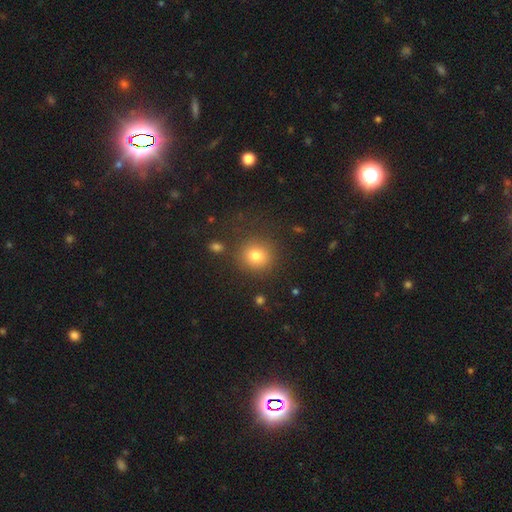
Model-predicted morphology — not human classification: smooth-or-featured: smooth: 79% | star or artifact: 12% | featured or disk: 8%
  how-rounded: round: 88% | in between: 11% | cigar-shaped: 1%
  merging: none: 83% | minor disturbance: 9% | major disturbance: 5% | merger: 3%